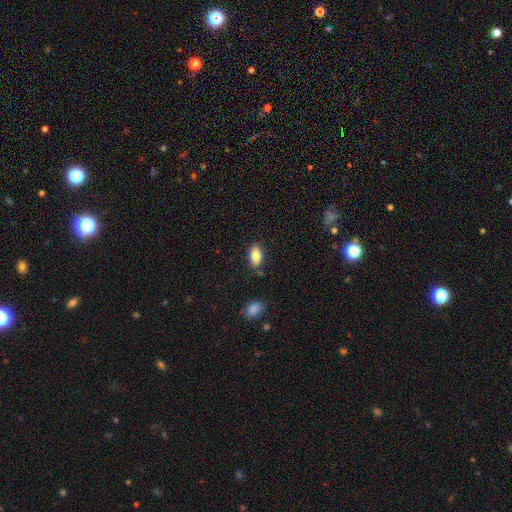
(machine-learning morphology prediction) Q: Smooth or featured?
A: smooth (83%); runner-up: featured or disk (9%)
Q: How rounded?
A: in between (90%); runner-up: cigar-shaped (6%)
Q: Merging?
A: none (82%); runner-up: minor disturbance (13%)